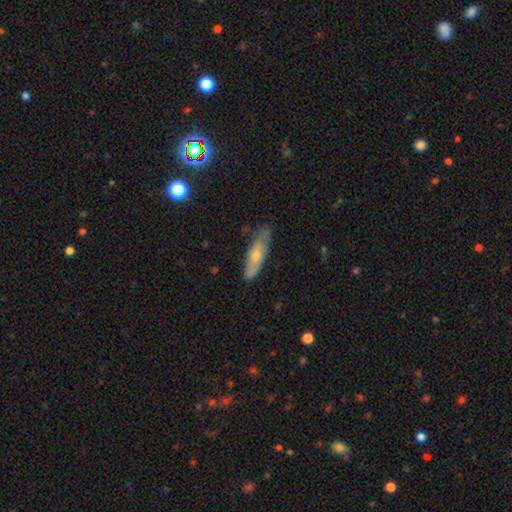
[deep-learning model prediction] Smooth or featured? smooth (48%)
Merging? none (79%)